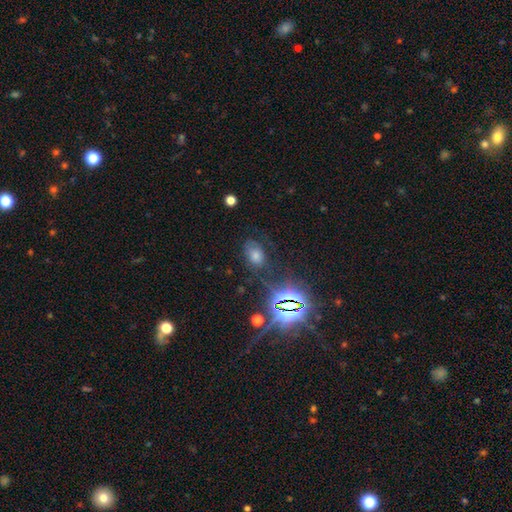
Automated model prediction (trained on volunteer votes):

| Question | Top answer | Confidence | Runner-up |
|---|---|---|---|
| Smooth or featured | star or artifact | 46% | smooth (34%) |